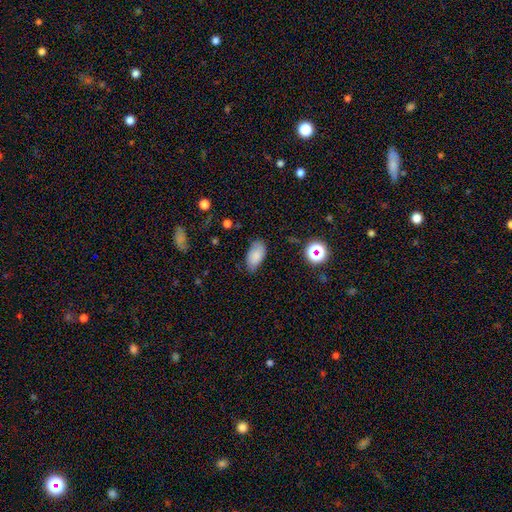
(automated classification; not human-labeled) A smooth galaxy with no disk features (83%) that is in between round and cigar-shaped (93%).

Vote fractions:
- Smooth or featured? smooth: 83% / star or artifact: 10% / featured or disk: 7%
- How rounded? in between: 93% / round: 5% / cigar-shaped: 2%
- Merging? none: 74% / minor disturbance: 20% / major disturbance: 4% / merger: 2%